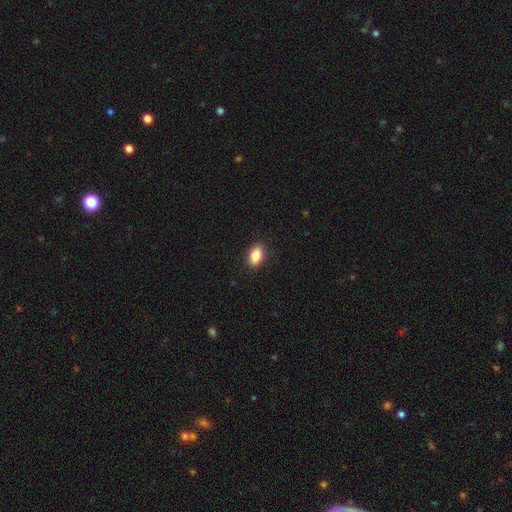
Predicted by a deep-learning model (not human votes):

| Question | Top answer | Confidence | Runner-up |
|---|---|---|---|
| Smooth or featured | smooth | 86% | star or artifact (8%) |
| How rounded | in between | 89% | round (9%) |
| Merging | none | 89% | minor disturbance (8%) |